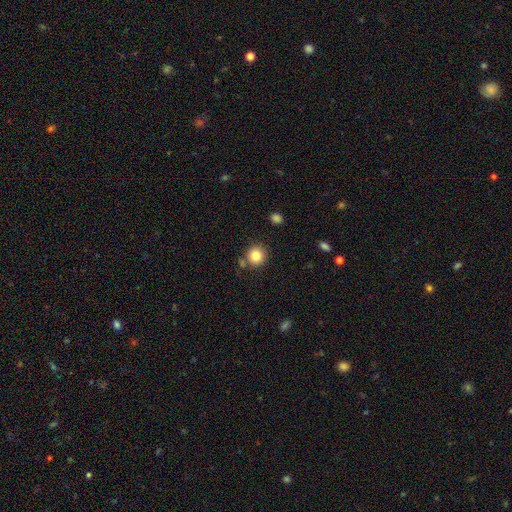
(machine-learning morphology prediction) This is clearly a smooth galaxy (83%). How rounded: clearly round (92%). Merging: likely none (79%).